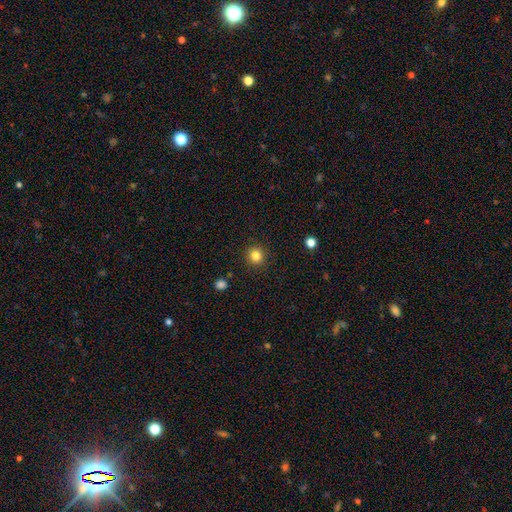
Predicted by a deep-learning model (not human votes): This appears to be a smooth galaxy with no disk features (83%) that is round (94%). Merging: none (91%).